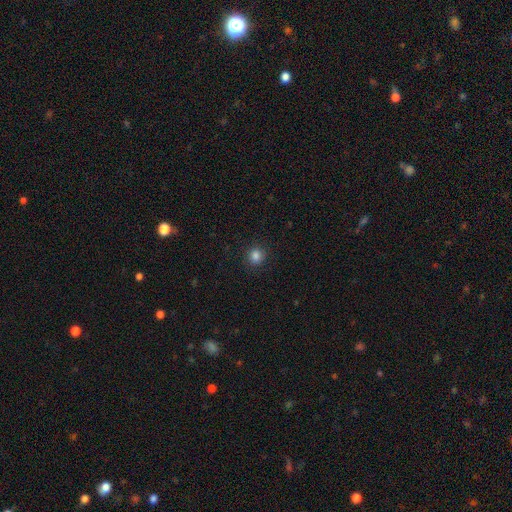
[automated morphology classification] Q: Smooth or featured?
A: smooth (84%); runner-up: star or artifact (12%)
Q: How rounded?
A: round (86%); runner-up: in between (14%)
Q: Merging?
A: none (90%); runner-up: minor disturbance (7%)